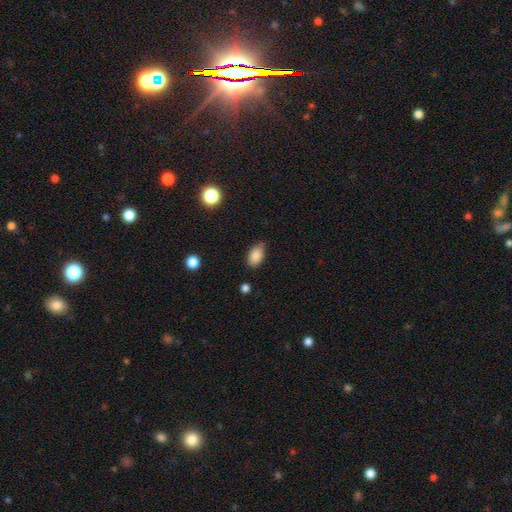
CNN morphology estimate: Smooth or featured? Predicted: smooth (p=0.86). How rounded? Predicted: in between (p=0.89). Merging? Predicted: none (p=0.70).